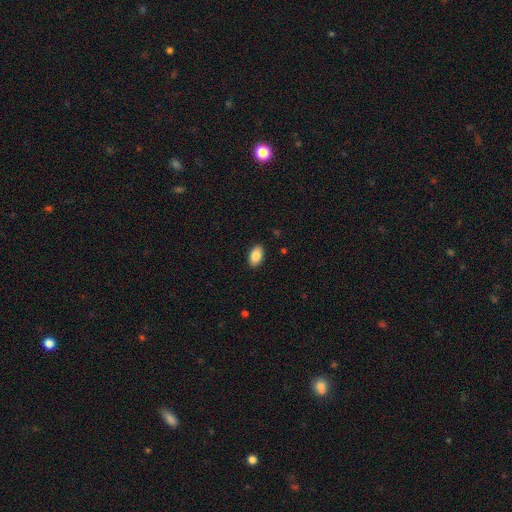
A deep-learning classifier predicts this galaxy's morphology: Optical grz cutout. It shows a smooth galaxy with no disk features (87%) that is in between round and cigar-shaped (94%). Merging: none (89%).